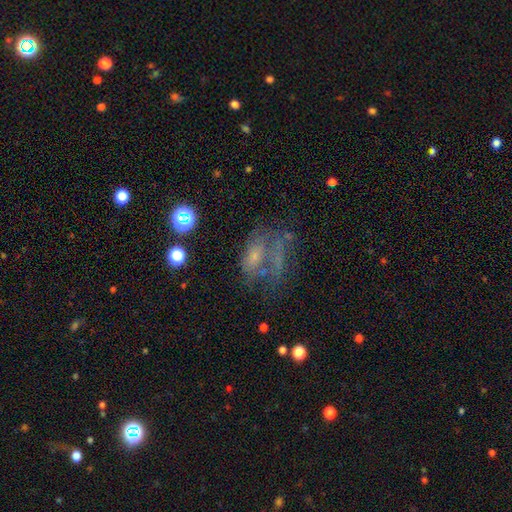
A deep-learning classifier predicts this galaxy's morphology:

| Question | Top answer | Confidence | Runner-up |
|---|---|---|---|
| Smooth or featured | featured or disk | 47% | smooth (33%) |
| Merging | major disturbance | 38% | none (32%) |